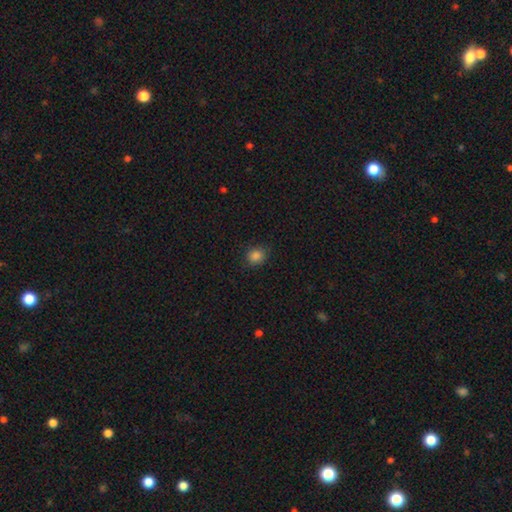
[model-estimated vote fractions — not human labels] Smooth or featured? smooth (85%)
How rounded? round (77%)
Merging? none (87%)